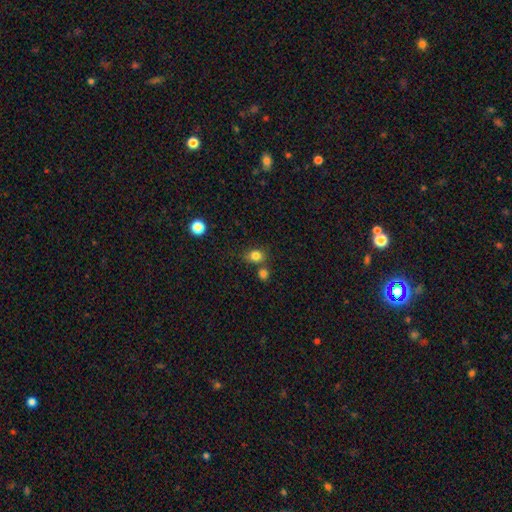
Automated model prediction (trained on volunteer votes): Smooth or featured? smooth (82%)
How rounded? round (60%)
Merging? none (64%)